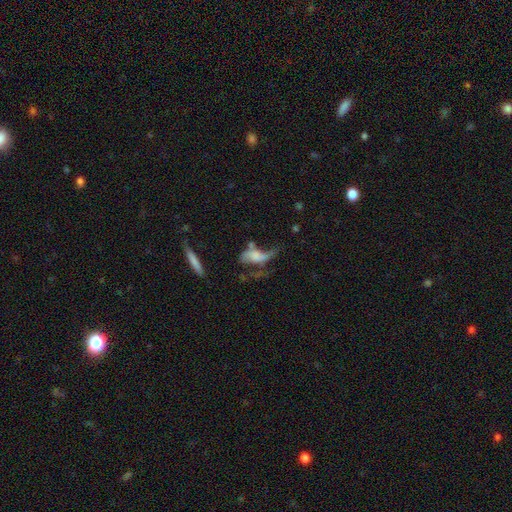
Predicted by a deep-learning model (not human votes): featured or disk 49%, smooth 40%, star or artifact 11%. Down the decision tree: merging — major disturbance (47%).